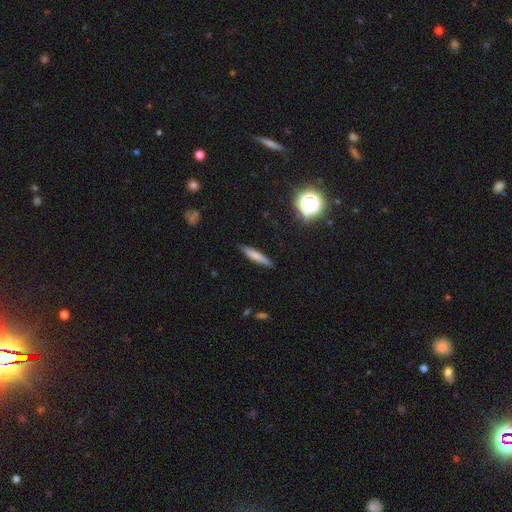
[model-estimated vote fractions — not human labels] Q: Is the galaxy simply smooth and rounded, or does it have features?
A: smooth — 66%.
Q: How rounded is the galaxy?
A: cigar-shaped — 86%.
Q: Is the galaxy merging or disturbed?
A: none — 84%.